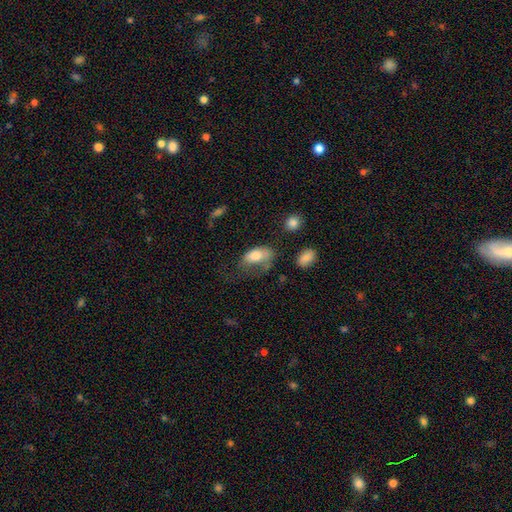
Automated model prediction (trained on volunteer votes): Smooth or featured: smooth — 74% (featured or disk — 19%)
How rounded: in between — 90% (round — 7%)
Merging: major disturbance — 44% (minor disturbance — 26%)